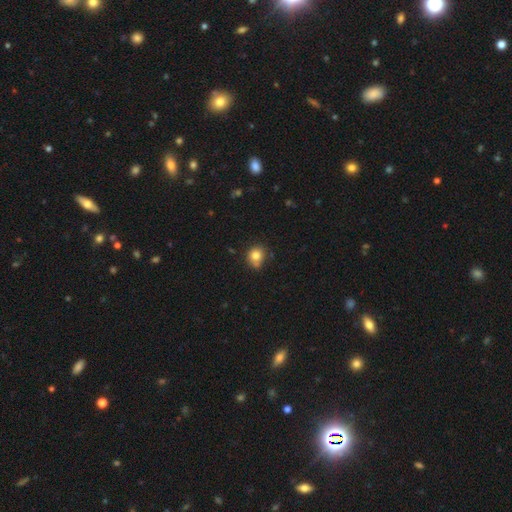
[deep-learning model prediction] The model was most divided on "merging": none: 65%, minor disturbance: 22%, merger: 8%, major disturbance: 5%. More confident: smooth or featured — smooth (80%); how rounded — round (76%).